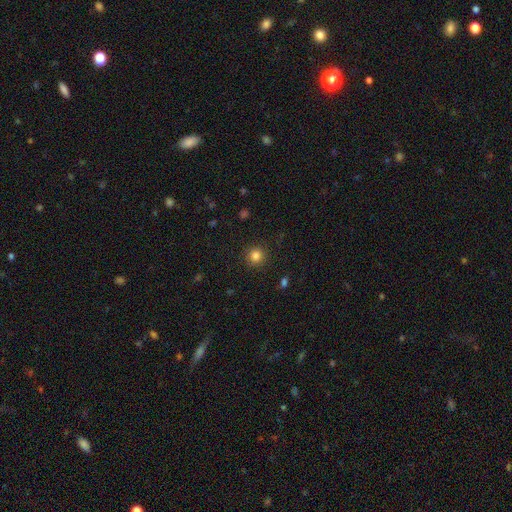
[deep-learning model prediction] smooth 83%, star or artifact 12%, featured or disk 5%. Down the decision tree: how rounded — round (93%); merging — none (90%).